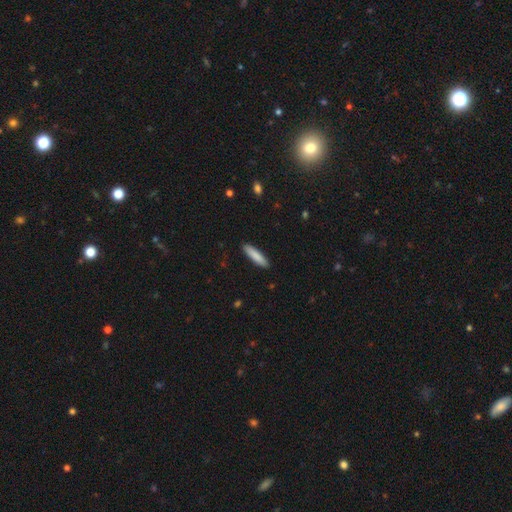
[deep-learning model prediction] Morphology: type=smooth (85%); roundness=cigar-shaped (82%); merging=none (90%).